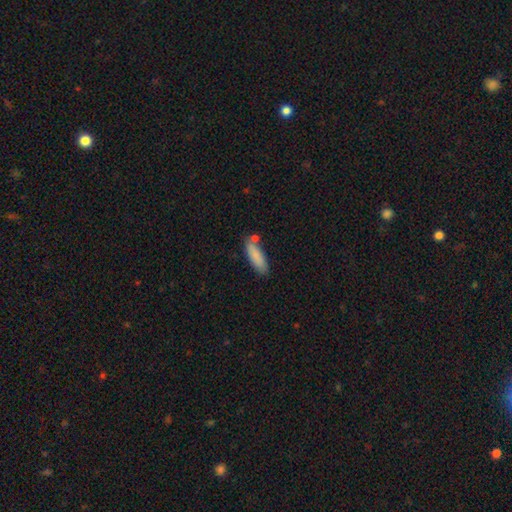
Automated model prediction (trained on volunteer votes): smooth 85%, featured or disk 8%, star or artifact 7%. Down the decision tree: how rounded — in between (51%); merging — none (69%).